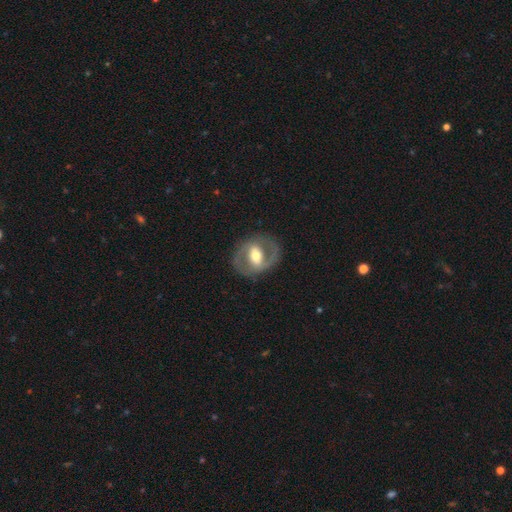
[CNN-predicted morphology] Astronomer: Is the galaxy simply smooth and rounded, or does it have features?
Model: featured or disk — 73%.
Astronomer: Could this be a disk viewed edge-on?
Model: no — 94%.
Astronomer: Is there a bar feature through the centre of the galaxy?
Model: strong — 41% (runner-up: weak, 37%).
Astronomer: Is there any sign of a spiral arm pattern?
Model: yes — 60% (runner-up: no, 40%).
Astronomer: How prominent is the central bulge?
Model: moderate — 66%.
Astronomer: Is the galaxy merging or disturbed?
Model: none — 81%.